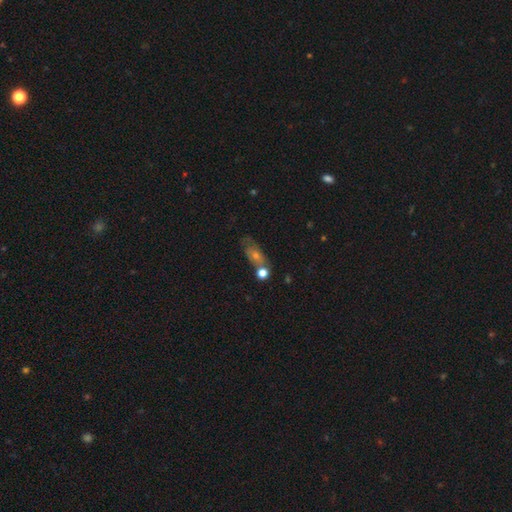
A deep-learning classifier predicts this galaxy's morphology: Smooth or featured?
  - smooth: 44% *
  - featured or disk: 38%
  - star or artifact: 18%
Merging?
  - none: 54% *
  - minor disturbance: 20%
  - merger: 16%
  - major disturbance: 10%